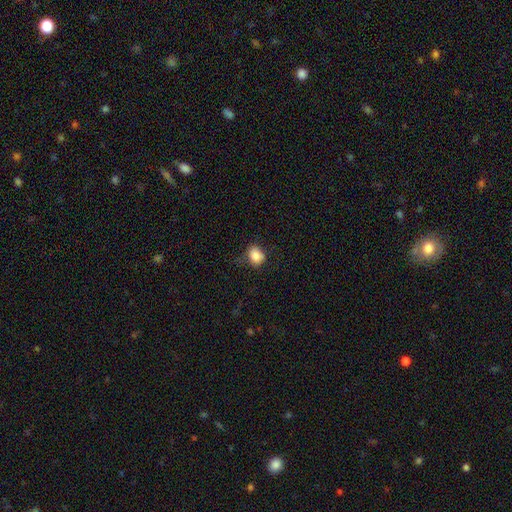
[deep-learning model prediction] Smooth or featured? Predicted: smooth (p=0.85). How rounded? Predicted: in between (p=0.51). Merging? Predicted: none (p=0.64).